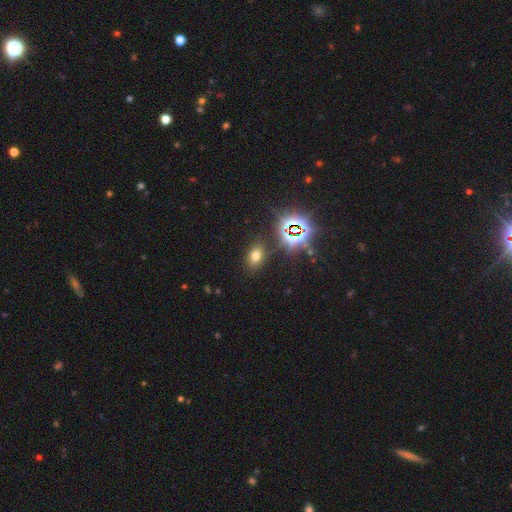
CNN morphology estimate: type=smooth (59%); roundness=in between (80%); merging=none (83%).